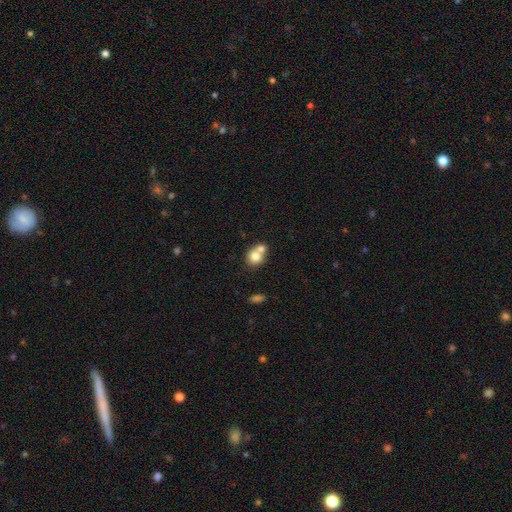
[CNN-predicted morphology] Overall: smooth (77%). How rounded: round (74%). Merging: merger (56%; none 34%).